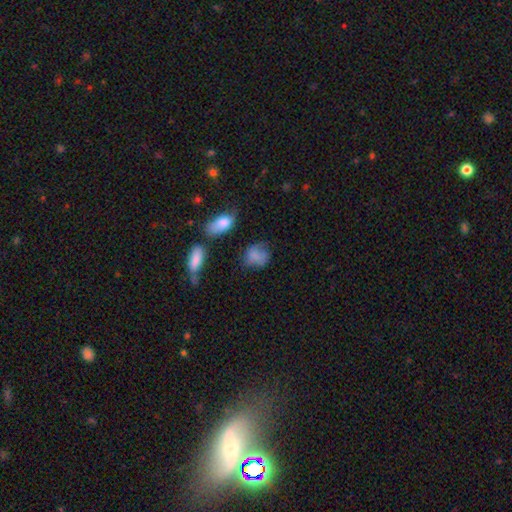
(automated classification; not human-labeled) Smooth or featured? smooth (74%)
How rounded? in between (53%)
Merging? none (46%)